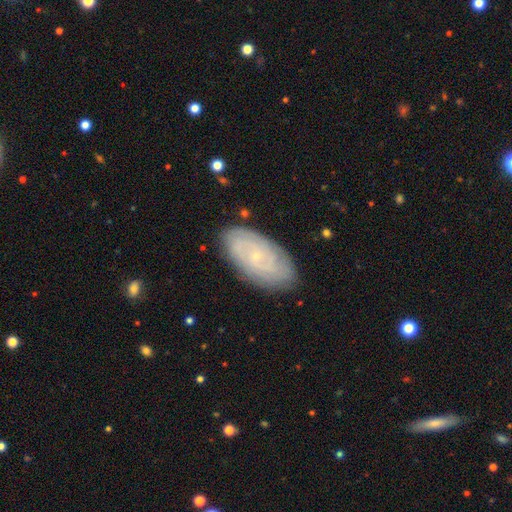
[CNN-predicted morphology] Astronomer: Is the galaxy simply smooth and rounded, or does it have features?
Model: featured or disk — 66%.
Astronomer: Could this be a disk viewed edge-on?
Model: no — 93%.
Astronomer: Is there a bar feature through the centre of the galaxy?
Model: no — 78%.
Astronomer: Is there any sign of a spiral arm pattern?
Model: yes — 85%.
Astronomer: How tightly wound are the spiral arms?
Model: tight — 72%.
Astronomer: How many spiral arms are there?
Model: can't tell — 54%.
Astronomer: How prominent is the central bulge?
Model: small — 86%.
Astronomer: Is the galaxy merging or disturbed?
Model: none — 83%.